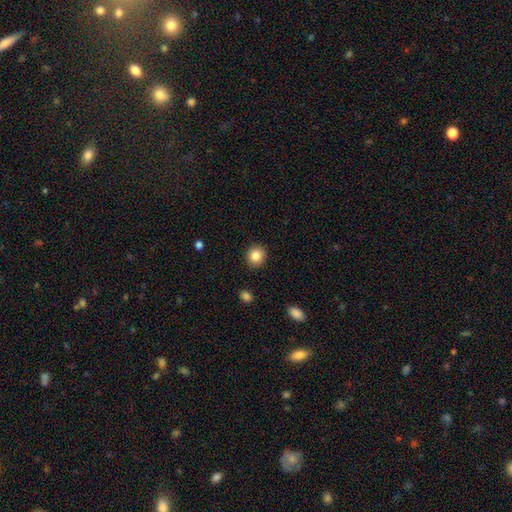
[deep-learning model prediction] A smooth galaxy with no disk features (85%) that is round (83%).

Vote fractions:
- Smooth or featured? smooth: 85% / star or artifact: 10% / featured or disk: 5%
- How rounded? round: 83% / in between: 16% / cigar-shaped: 1%
- Merging? none: 90% / minor disturbance: 7% / major disturbance: 2% / merger: 1%